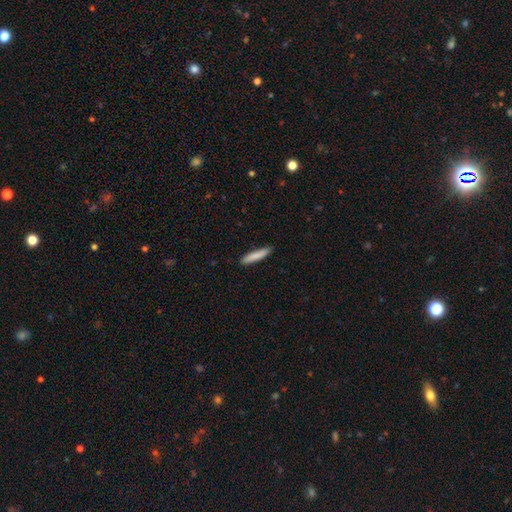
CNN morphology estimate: Q: Smooth or featured?
A: smooth (83%); runner-up: featured or disk (12%)
Q: How rounded?
A: cigar-shaped (89%); runner-up: in between (10%)
Q: Merging?
A: none (89%); runner-up: minor disturbance (9%)